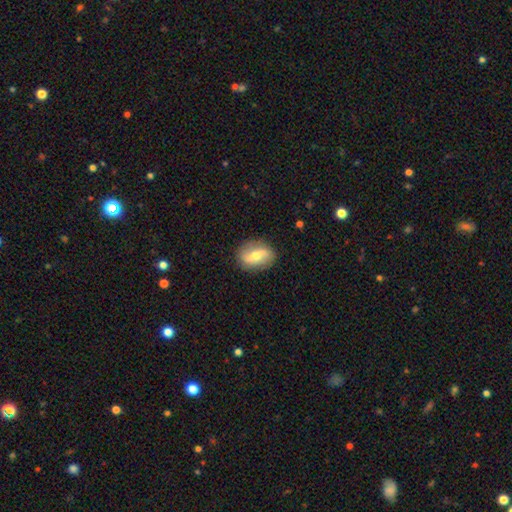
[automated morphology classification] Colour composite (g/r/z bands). It shows a featured or disk galaxy (52%). Merging: none (85%).